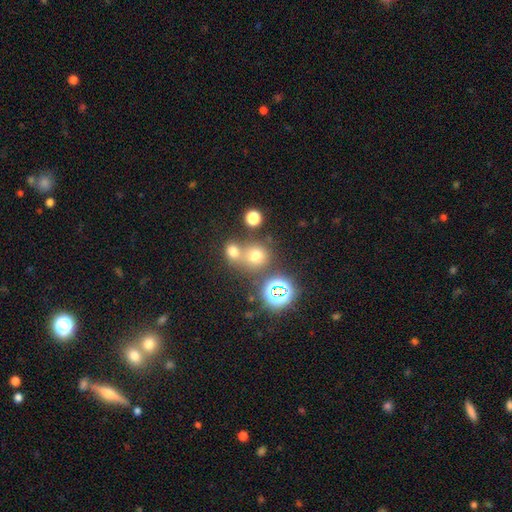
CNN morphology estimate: The model was most divided on "merging": none: 54%, merger: 34%, minor disturbance: 8%, major disturbance: 4%. More confident: how rounded — round (82%); smooth or featured — smooth (64%).